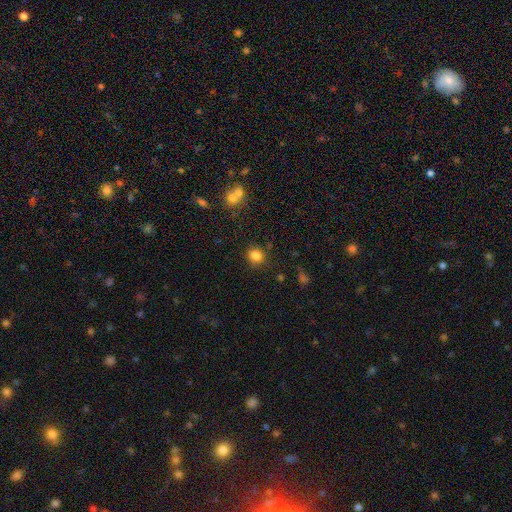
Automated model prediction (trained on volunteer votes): smooth_or_featured: smooth (p=0.83) [alt: star or artifact p=0.12]
how_rounded: round (p=0.73) [alt: in between p=0.26]
merging: none (p=0.81) [alt: minor disturbance p=0.12]